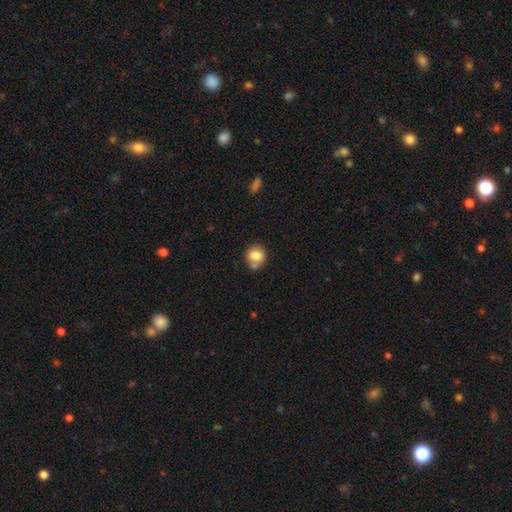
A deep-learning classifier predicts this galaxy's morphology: Smooth or featured? smooth (79%)
How rounded? round (83%)
Merging? none (58%)